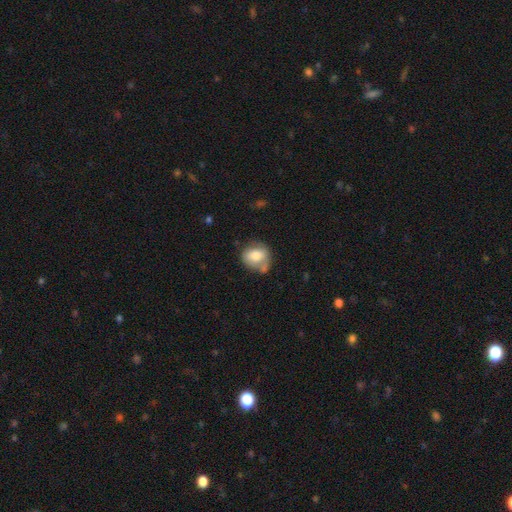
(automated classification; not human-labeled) A smooth galaxy with no disk features (72%) that is round (62%). Merging: none (46%).